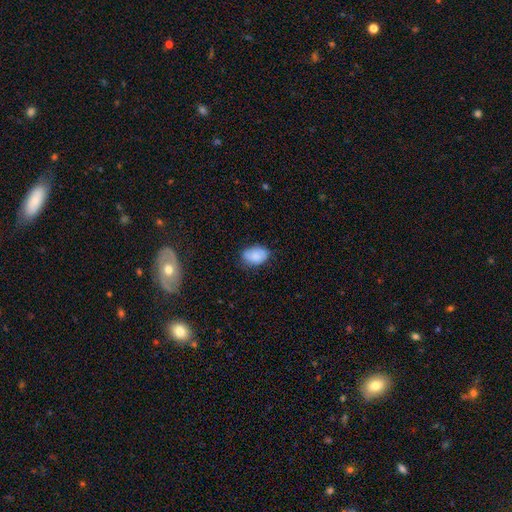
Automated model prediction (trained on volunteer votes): Morphology: type=smooth (80%); roundness=in between (84%); merging=none (69%).